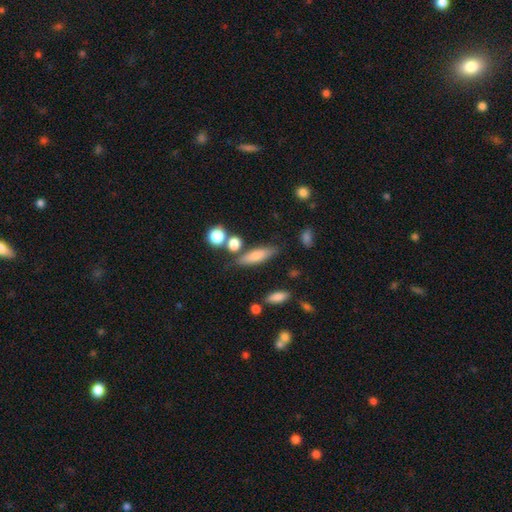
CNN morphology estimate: type=smooth (65%); roundness=cigar-shaped (62%); merging=none (74%).